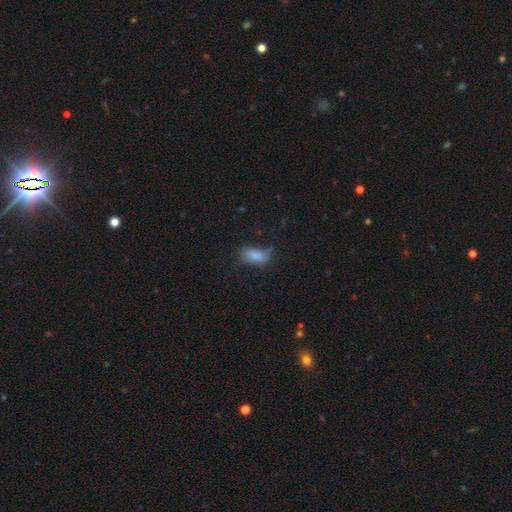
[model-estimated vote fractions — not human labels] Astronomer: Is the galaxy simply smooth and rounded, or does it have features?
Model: smooth — 78%.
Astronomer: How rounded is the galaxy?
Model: in between — 88%.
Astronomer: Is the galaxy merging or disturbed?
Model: none — 50% (runner-up: minor disturbance, 28%).